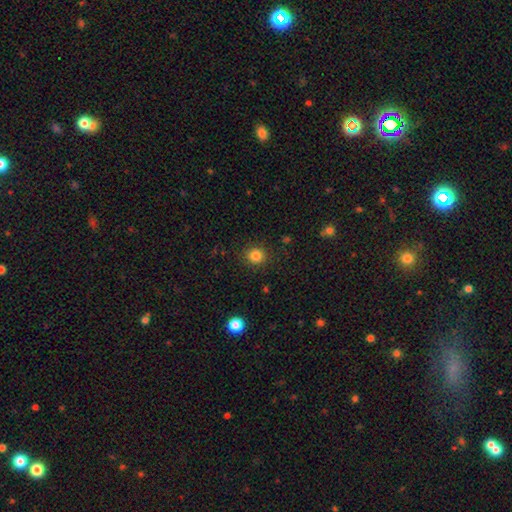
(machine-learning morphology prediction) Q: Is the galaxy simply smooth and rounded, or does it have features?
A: smooth — 83%.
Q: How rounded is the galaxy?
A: round — 86%.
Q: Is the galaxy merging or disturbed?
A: none — 89%.